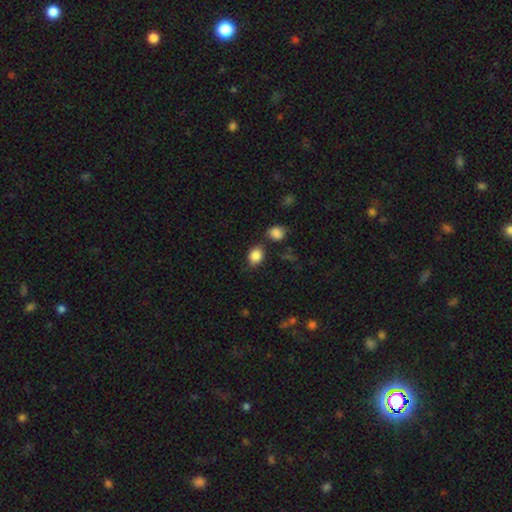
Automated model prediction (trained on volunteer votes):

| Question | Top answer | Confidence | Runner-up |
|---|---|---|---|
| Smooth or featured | smooth | 86% | star or artifact (9%) |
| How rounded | in between | 51% | round (48%) |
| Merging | none | 73% | minor disturbance (14%) |